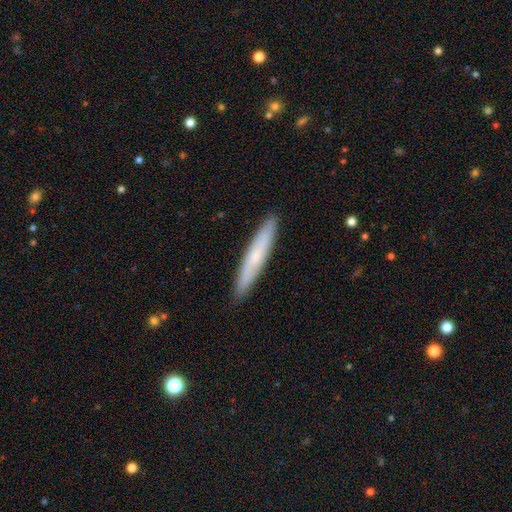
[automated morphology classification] This is possibly a smooth galaxy (59%). How rounded: clearly cigar-shaped (93%). Merging: clearly none (90%).